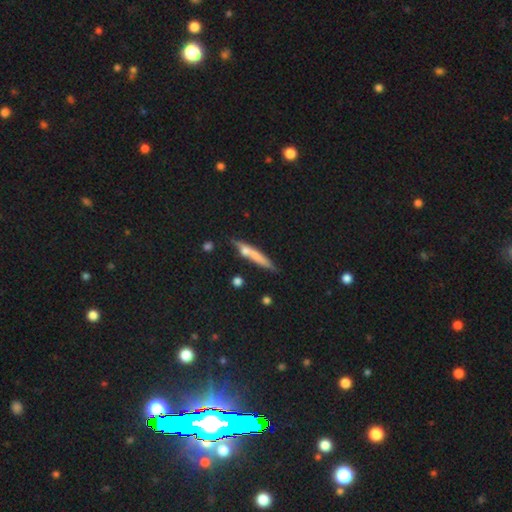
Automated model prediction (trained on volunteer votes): Smooth or featured?
  - smooth: 59% *
  - featured or disk: 33%
  - star or artifact: 8%
How rounded?
  - cigar-shaped: 91% *
  - in between: 7%
  - round: 3%
Merging?
  - none: 70% *
  - minor disturbance: 15%
  - merger: 11%
  - major disturbance: 4%